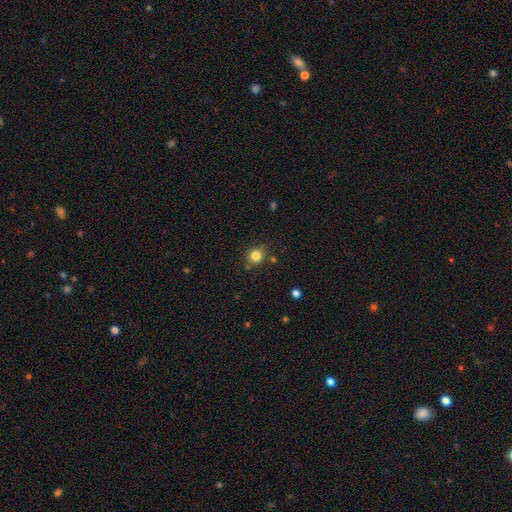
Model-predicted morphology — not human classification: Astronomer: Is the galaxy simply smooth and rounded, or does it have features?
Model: smooth — 82%.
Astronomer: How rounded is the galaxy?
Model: round — 92%.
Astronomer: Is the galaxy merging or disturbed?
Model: none — 82%.